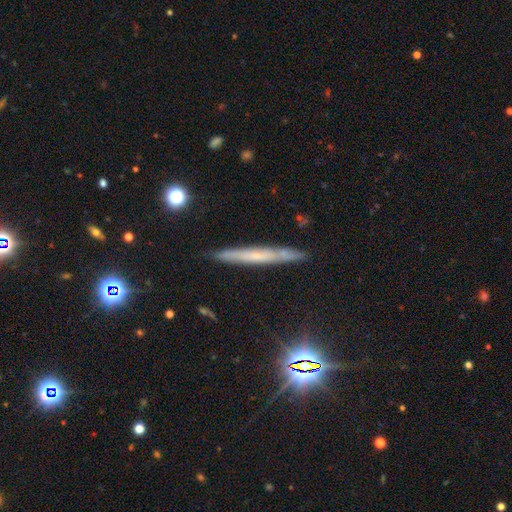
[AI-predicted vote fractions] smooth-or-featured: featured or disk: 47% | smooth: 42% | star or artifact: 11%
  merging: none: 87% | minor disturbance: 9% | major disturbance: 2% | merger: 2%